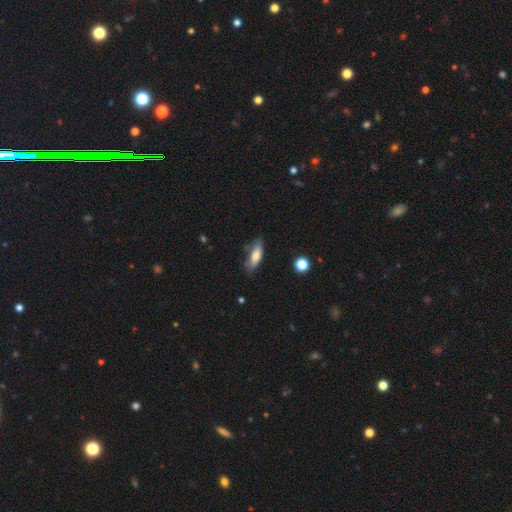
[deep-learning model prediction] This appears to be a smooth galaxy with no disk features (71%) that is in between round and cigar-shaped (57%). Merging: none (66%).